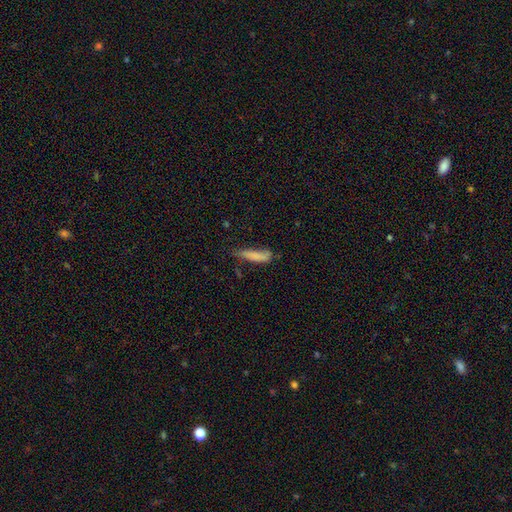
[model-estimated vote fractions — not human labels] Morphology: type=smooth (75%); roundness=cigar-shaped (76%); merging=none (51%).